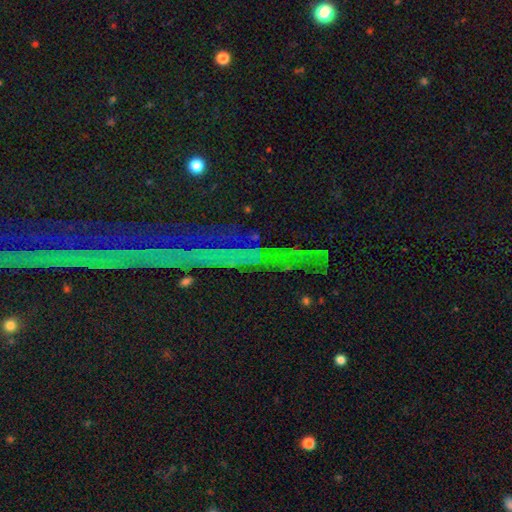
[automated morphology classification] smooth-or-featured: star or artifact: 75% | featured or disk: 14% | smooth: 11%